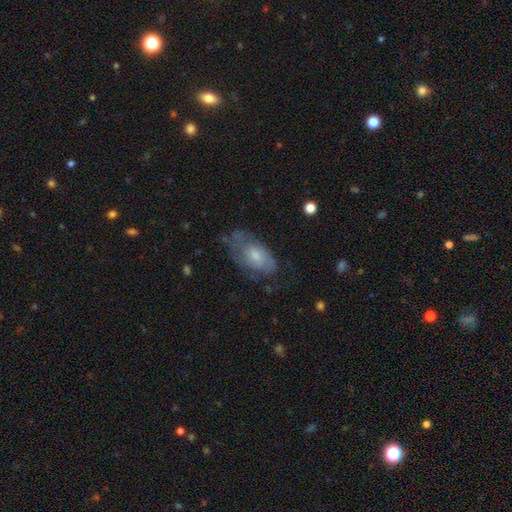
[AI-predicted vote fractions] smooth_or_featured: smooth (p=0.51) [alt: featured or disk p=0.42]
how_rounded: in between (p=0.91) [alt: round p=0.05]
merging: none (p=0.49) [alt: minor disturbance p=0.31]